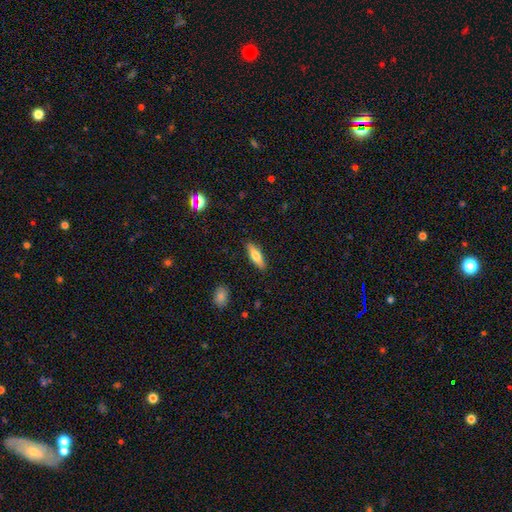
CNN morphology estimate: Overall: smooth (63%; featured or disk 30%). How rounded: cigar-shaped (53%; in between 44%). Merging: none (88%).